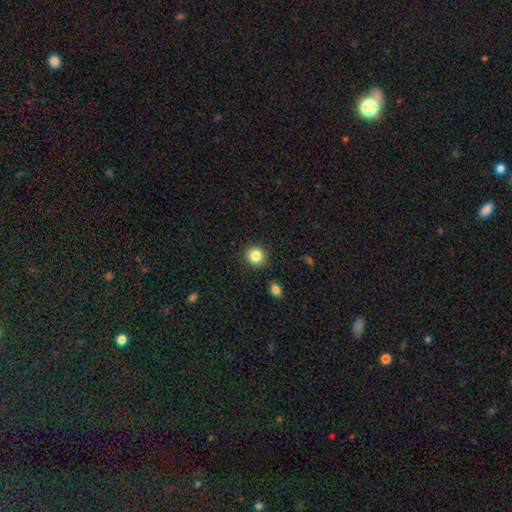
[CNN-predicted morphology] This is clearly a smooth galaxy (85%). How rounded: clearly round (87%). Merging: clearly none (90%).